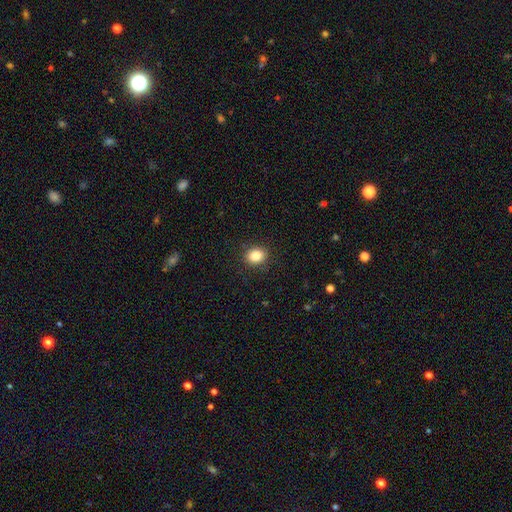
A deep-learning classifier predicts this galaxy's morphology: Smooth or featured?
  - smooth: 85% *
  - star or artifact: 10%
  - featured or disk: 5%
How rounded?
  - round: 55% *
  - in between: 44%
  - cigar-shaped: 1%
Merging?
  - none: 89% *
  - minor disturbance: 8%
  - major disturbance: 2%
  - merger: 1%